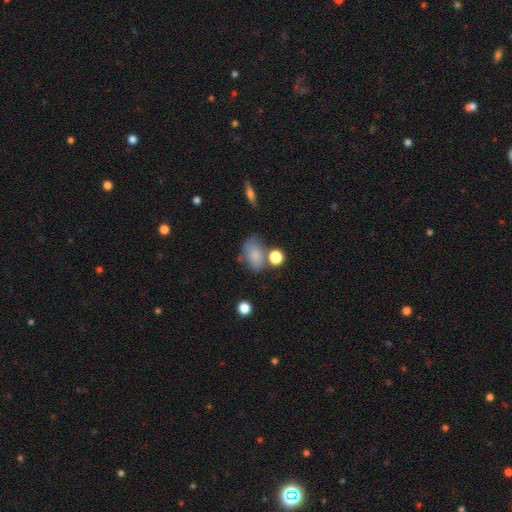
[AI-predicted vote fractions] A smooth galaxy with no disk features (77%) that is in between round and cigar-shaped (77%). Merging: none (47%).